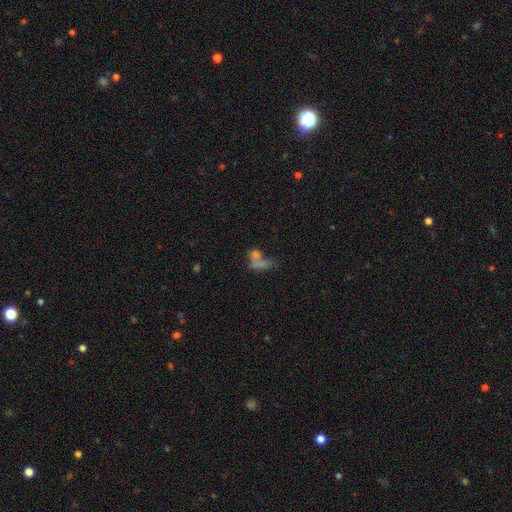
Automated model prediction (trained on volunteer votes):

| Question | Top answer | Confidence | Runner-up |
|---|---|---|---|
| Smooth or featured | smooth | 61% | featured or disk (21%) |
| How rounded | in between | 58% | round (30%) |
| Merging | merger | 49% | none (27%) |